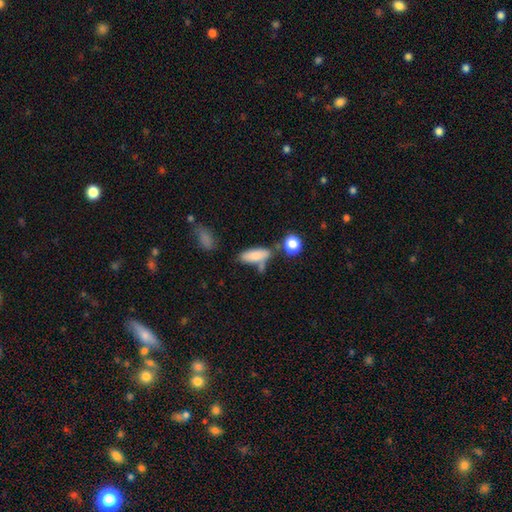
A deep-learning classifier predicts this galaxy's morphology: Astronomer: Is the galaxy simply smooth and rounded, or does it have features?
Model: smooth — 80%.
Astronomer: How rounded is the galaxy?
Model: in between — 72%.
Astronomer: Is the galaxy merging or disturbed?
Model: none — 55%.